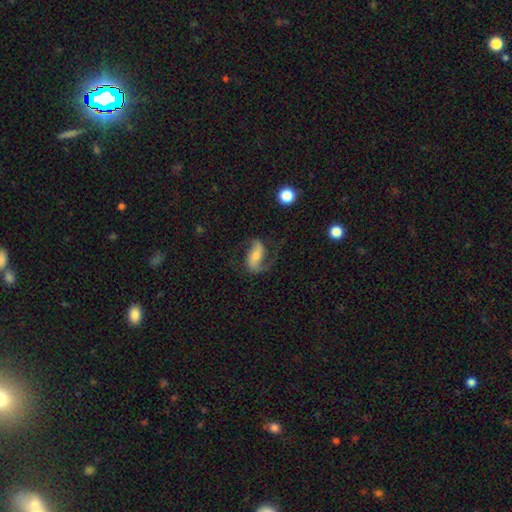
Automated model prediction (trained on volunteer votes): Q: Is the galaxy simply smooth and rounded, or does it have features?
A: featured or disk — 79%.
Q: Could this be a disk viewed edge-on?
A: no — 96%.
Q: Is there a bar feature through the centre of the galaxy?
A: strong — 35%.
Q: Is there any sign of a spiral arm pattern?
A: yes — 94%.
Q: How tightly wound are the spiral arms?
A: loose — 52%.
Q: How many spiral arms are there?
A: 2 — 82%.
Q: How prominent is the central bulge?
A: small — 45%.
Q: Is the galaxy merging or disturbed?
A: none — 62%.